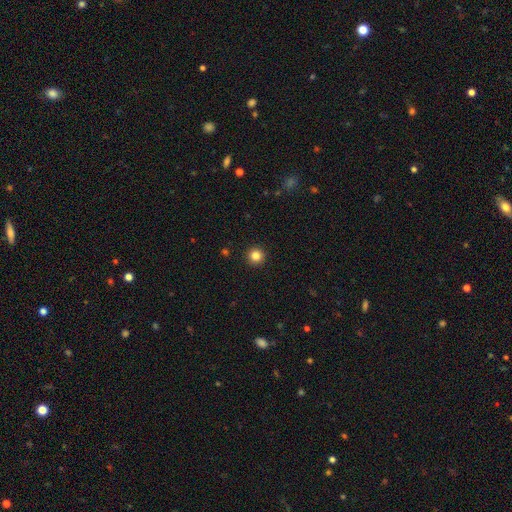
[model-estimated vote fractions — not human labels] A smooth galaxy with no disk features (84%) that is round (96%).

Vote fractions:
- Smooth or featured? smooth: 84% / star or artifact: 12% / featured or disk: 5%
- How rounded? round: 96% / in between: 3% / cigar-shaped: 1%
- Merging? none: 94% / minor disturbance: 4% / major disturbance: 1% / merger: 1%